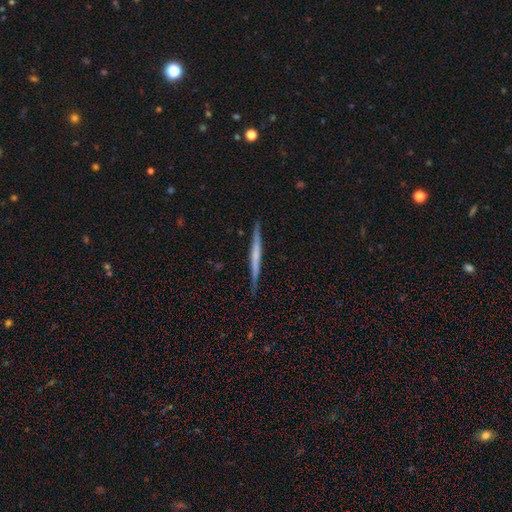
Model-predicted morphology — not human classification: featured or disk 59%, smooth 35%, star or artifact 5%. Down the decision tree: edge-on disk — yes (97%); edge-on bulge — none (65%); merging — none (89%).